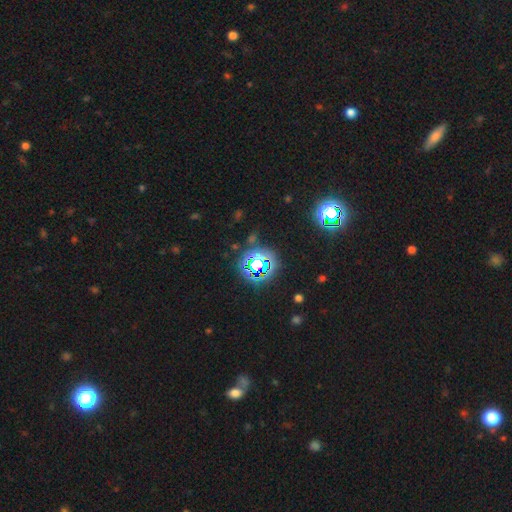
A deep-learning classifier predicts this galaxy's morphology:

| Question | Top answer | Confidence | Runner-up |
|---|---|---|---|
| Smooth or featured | star or artifact | 72% | smooth (19%) |